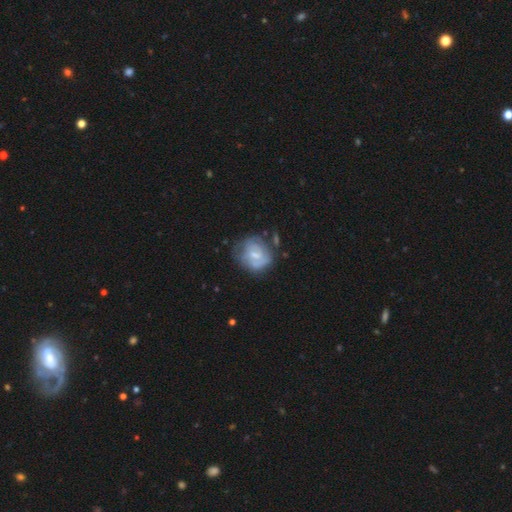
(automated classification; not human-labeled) Smooth or featured? featured or disk (60%)
Edge-on disk? no (97%)
Bar? weak (52%)
Spiral arms? yes (68%)
Bulge size? small (45%)
Merging? none (55%)